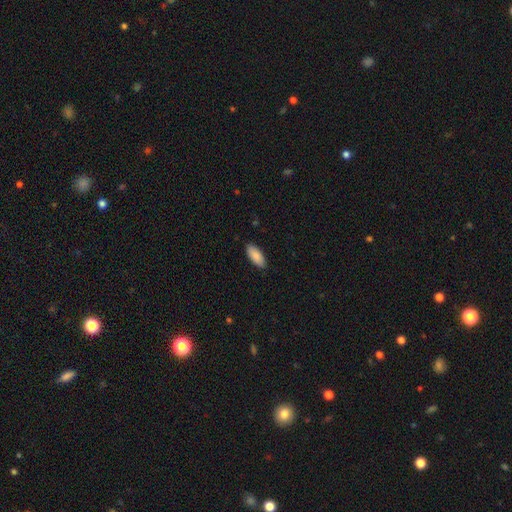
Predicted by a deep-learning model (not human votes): Q: Smooth or featured?
A: smooth (89%); runner-up: star or artifact (6%)
Q: How rounded?
A: in between (84%); runner-up: cigar-shaped (14%)
Q: Merging?
A: none (88%); runner-up: minor disturbance (9%)